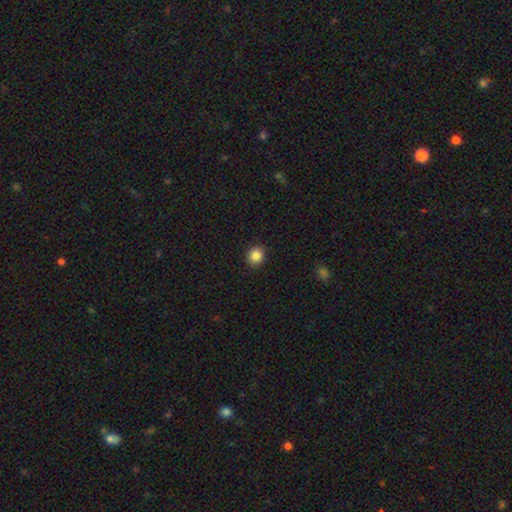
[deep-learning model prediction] smooth-or-featured: smooth: 86% | star or artifact: 10% | featured or disk: 5%
  how-rounded: round: 73% | in between: 26% | cigar-shaped: 1%
  merging: none: 91% | minor disturbance: 6% | major disturbance: 2% | merger: 1%